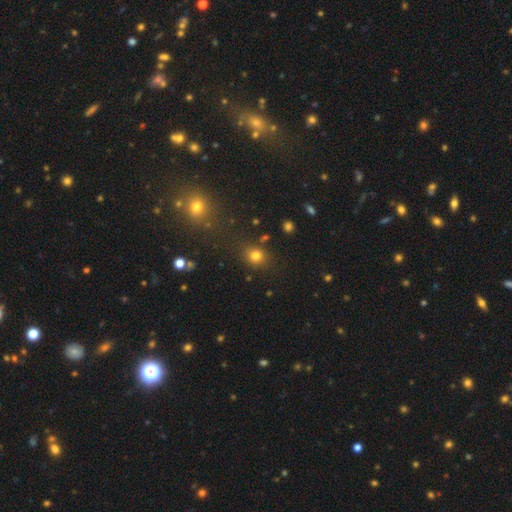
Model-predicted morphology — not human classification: Overall: smooth (77%). How rounded: round (76%). Merging: none (78%).